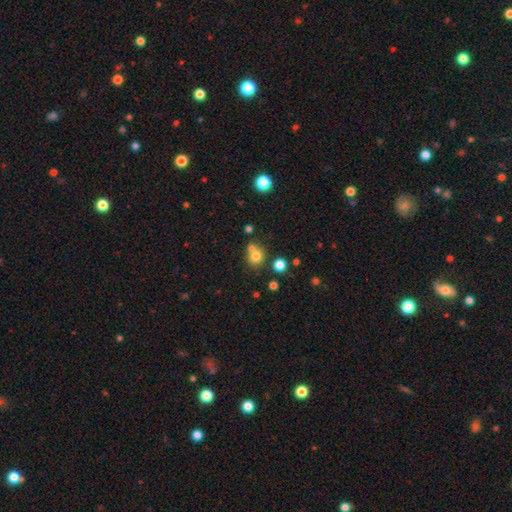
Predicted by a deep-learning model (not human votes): Smooth or featured?
  - smooth: 76% *
  - star or artifact: 14%
  - featured or disk: 10%
How rounded?
  - round: 80% *
  - in between: 20%
  - cigar-shaped: 1%
Merging?
  - none: 53% *
  - merger: 35%
  - minor disturbance: 8%
  - major disturbance: 4%